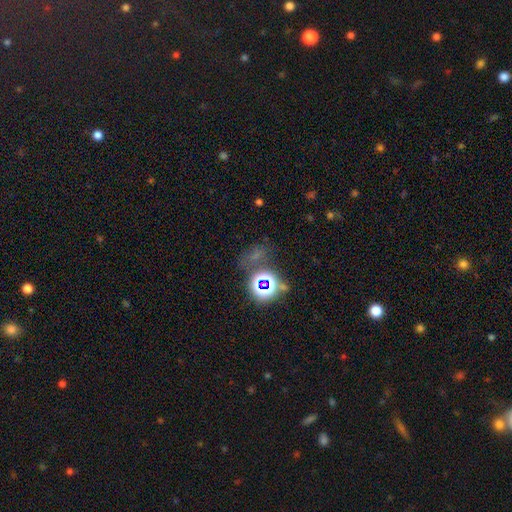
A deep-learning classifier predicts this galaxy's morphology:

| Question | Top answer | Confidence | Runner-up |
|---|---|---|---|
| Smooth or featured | star or artifact | 62% | smooth (27%) |